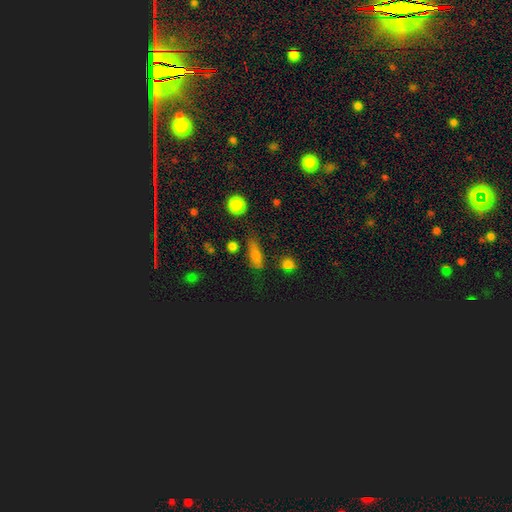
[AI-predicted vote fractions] smooth-or-featured: smooth: 57% | star or artifact: 28% | featured or disk: 15%
  how-rounded: in between: 57% | cigar-shaped: 29% | round: 14%
  merging: none: 67% | minor disturbance: 20% | major disturbance: 7% | merger: 5%